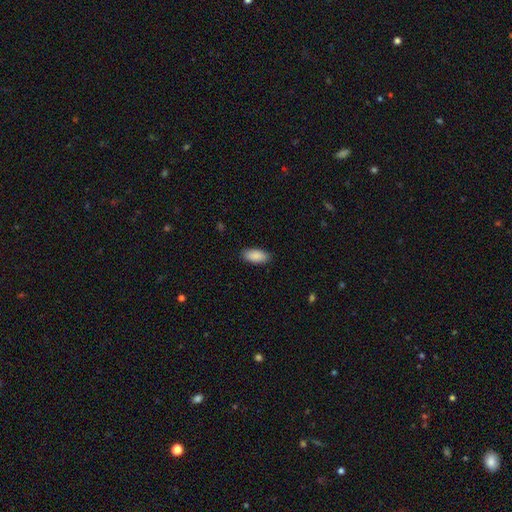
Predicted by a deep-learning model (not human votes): Smooth or featured? Predicted: smooth (p=0.90). How rounded? Predicted: in between (p=0.91). Merging? Predicted: none (p=0.89).